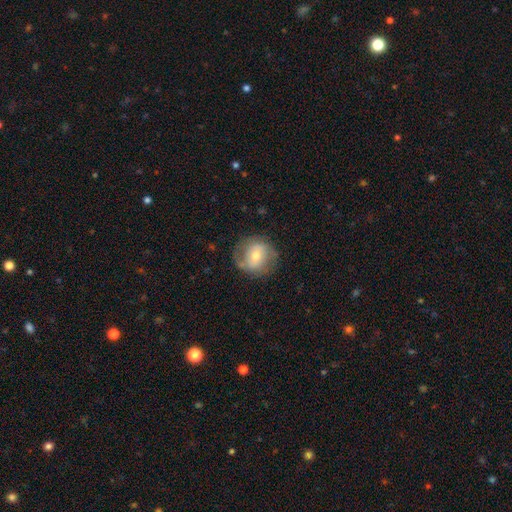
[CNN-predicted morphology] Q: Smooth or featured?
A: featured or disk (49%); runner-up: smooth (43%)
Q: Merging?
A: none (75%); runner-up: minor disturbance (16%)